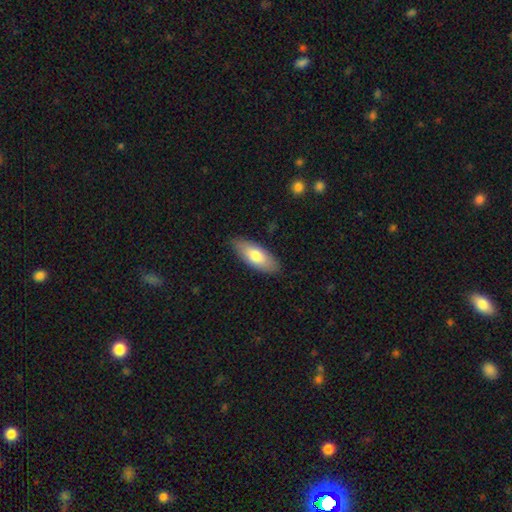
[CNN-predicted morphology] Overall: smooth (76%). How rounded: in between (80%). Merging: none (86%).